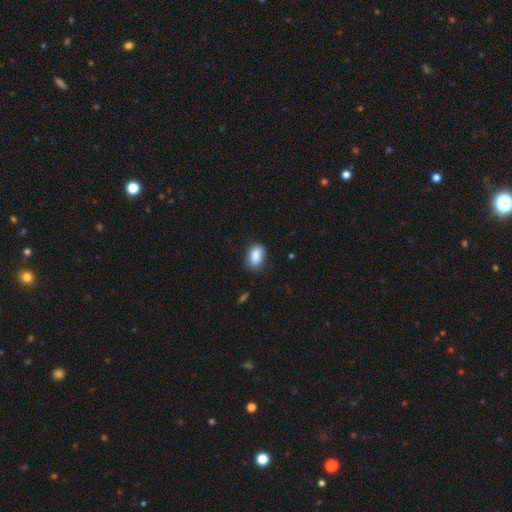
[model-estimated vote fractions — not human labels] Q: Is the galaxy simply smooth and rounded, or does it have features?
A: smooth — 88%.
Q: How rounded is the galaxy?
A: in between — 90%.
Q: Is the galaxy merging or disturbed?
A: none — 82%.